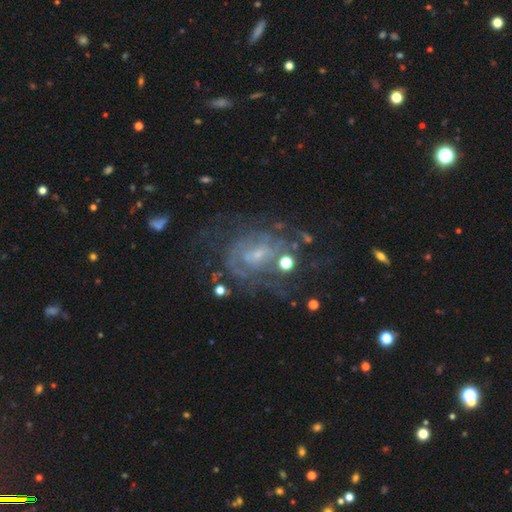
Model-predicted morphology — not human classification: This is likely a featured or disk galaxy (78%). It is clearly not viewed edge-on (97%). Bar: possibly no (49%). Spiral arm pattern: clearly yes (83%). Spiral arm count: possibly can't tell (47%). Spiral winding: possibly tight (51%). Central bulge: likely small (70%). Merging: possibly none (56%).